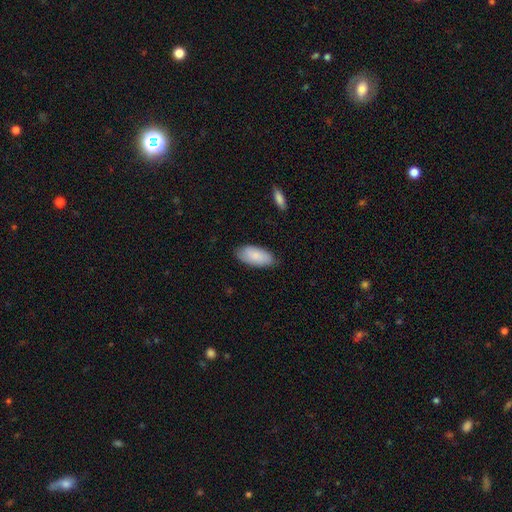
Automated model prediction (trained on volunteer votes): smooth_or_featured: smooth (p=0.85) [alt: featured or disk p=0.10]
how_rounded: in between (p=0.93) [alt: cigar-shaped p=0.06]
merging: none (p=0.82) [alt: minor disturbance p=0.15]